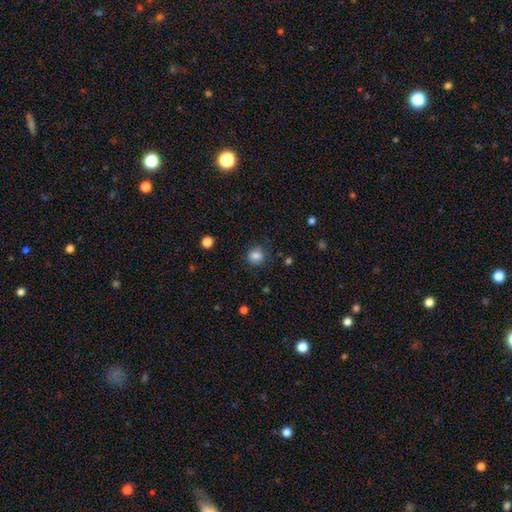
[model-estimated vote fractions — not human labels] Smooth or featured? smooth (84%)
How rounded? round (84%)
Merging? none (81%)